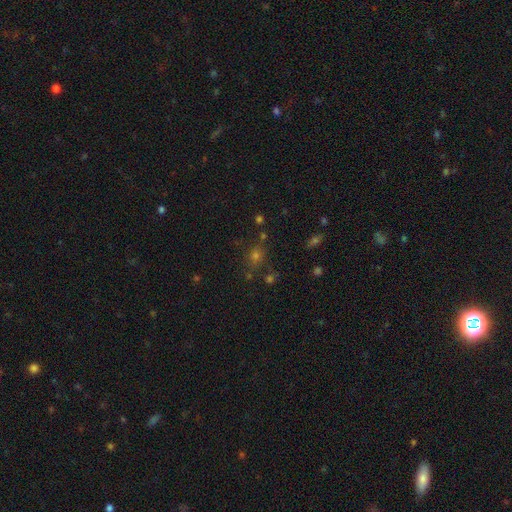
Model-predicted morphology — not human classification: smooth_or_featured: smooth (p=0.55) [alt: star or artifact p=0.36]
how_rounded: round (p=0.69) [alt: in between p=0.29]
merging: none (p=0.76) [alt: minor disturbance p=0.12]